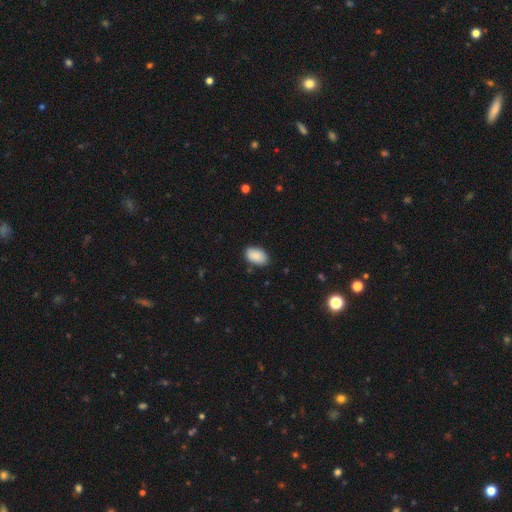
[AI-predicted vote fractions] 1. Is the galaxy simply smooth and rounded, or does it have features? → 89% smooth, 7% star or artifact, 5% featured or disk.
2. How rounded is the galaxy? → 92% in between, 6% round, 1% cigar-shaped.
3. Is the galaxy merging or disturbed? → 84% none, 13% minor disturbance, 2% major disturbance, 1% merger.